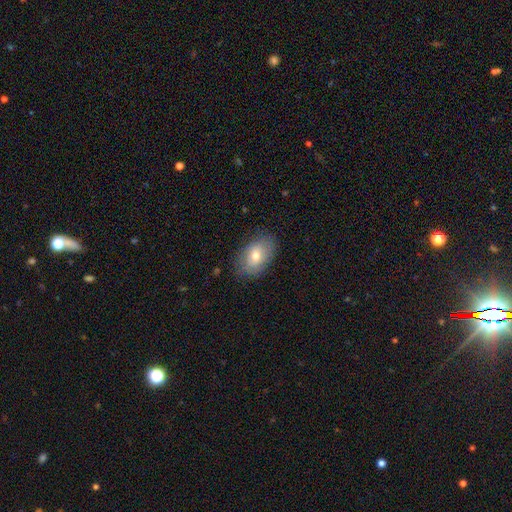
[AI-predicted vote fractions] Smooth or featured? smooth (67%)
How rounded? in between (88%)
Merging? none (79%)